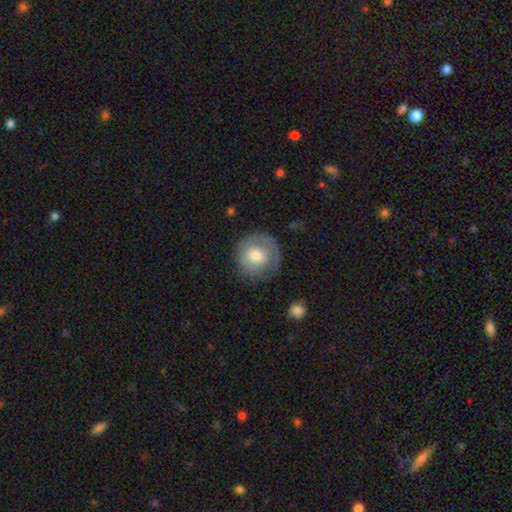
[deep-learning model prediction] Smooth or featured?
  - smooth: 64% *
  - featured or disk: 29%
  - star or artifact: 7%
How rounded?
  - round: 92% *
  - in between: 7%
  - cigar-shaped: 1%
Merging?
  - none: 73% *
  - minor disturbance: 18%
  - major disturbance: 8%
  - merger: 2%